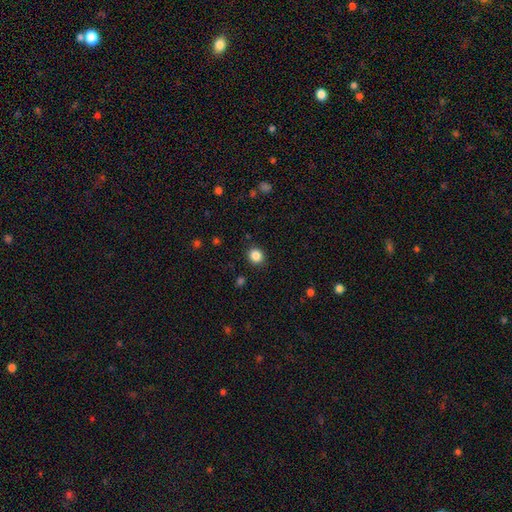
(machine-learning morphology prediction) The model was most divided on "how rounded": round: 80%, in between: 19%, cigar-shaped: 1%. More confident: merging — none (90%); smooth or featured — smooth (85%).